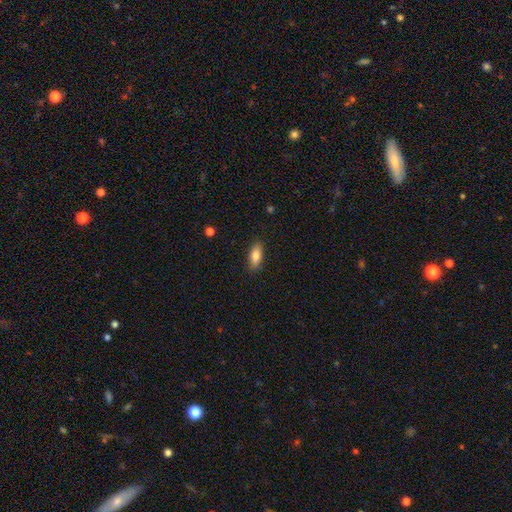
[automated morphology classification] Smooth or featured?
  - smooth: 82% *
  - featured or disk: 11%
  - star or artifact: 7%
How rounded?
  - in between: 78% *
  - cigar-shaped: 19%
  - round: 3%
Merging?
  - none: 88% *
  - minor disturbance: 9%
  - major disturbance: 2%
  - merger: 1%